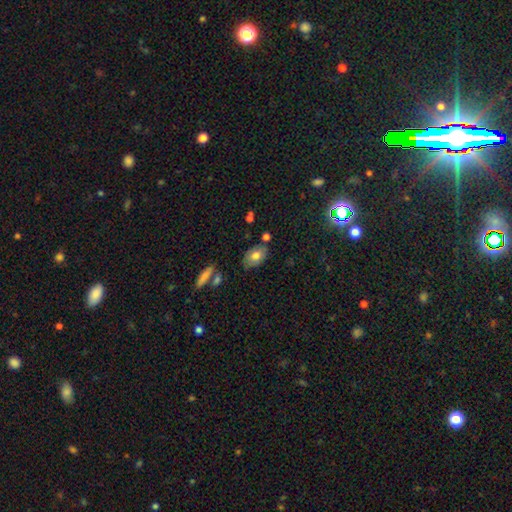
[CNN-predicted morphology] A smooth galaxy with no disk features (75%) that is in between round and cigar-shaped (89%).

Vote fractions:
- Smooth or featured? smooth: 75% / featured or disk: 17% / star or artifact: 8%
- How rounded? in between: 89% / round: 9% / cigar-shaped: 2%
- Merging? none: 71% / minor disturbance: 18% / merger: 7% / major disturbance: 4%